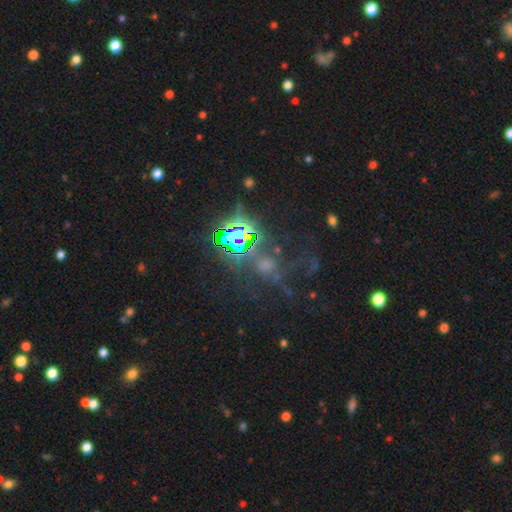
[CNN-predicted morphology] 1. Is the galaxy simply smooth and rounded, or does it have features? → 81% star or artifact, 11% smooth, 8% featured or disk.